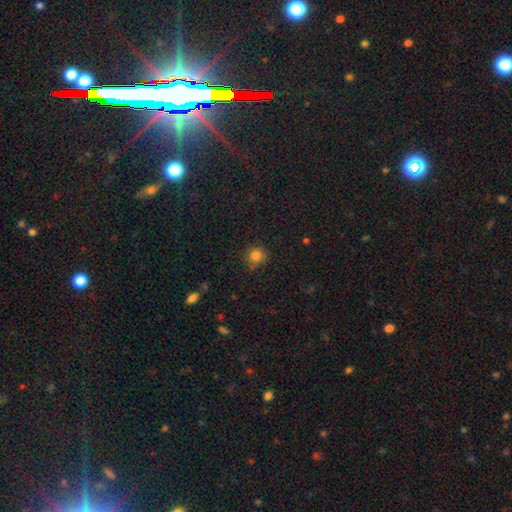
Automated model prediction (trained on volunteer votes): This is clearly a smooth galaxy (83%). How rounded: clearly round (89%). Merging: clearly none (82%).